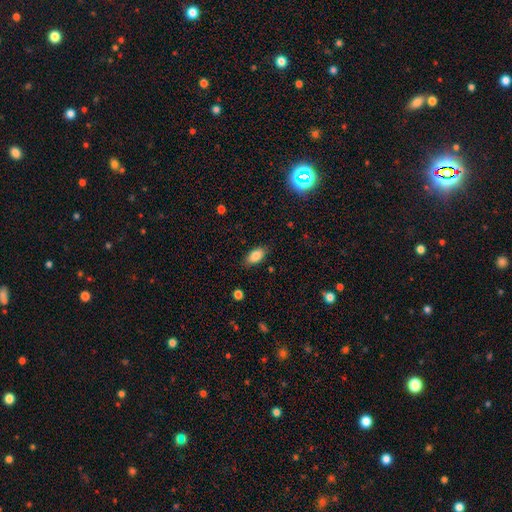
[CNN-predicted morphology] type=smooth (84%); roundness=in between (92%); merging=none (83%).